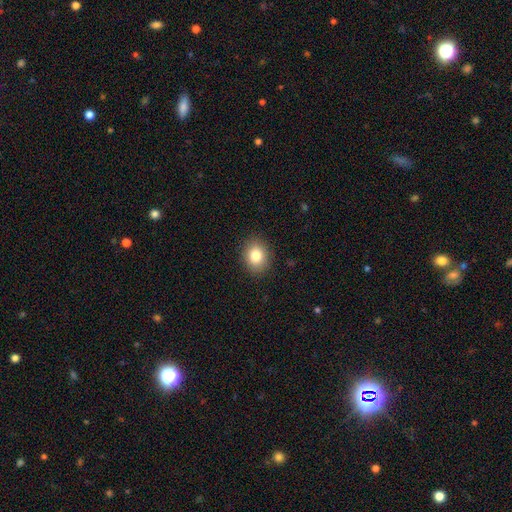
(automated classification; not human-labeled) smooth_or_featured: smooth (p=0.82) [alt: star or artifact p=0.10]
how_rounded: round (p=0.52) [alt: in between p=0.47]
merging: none (p=0.89) [alt: minor disturbance p=0.08]